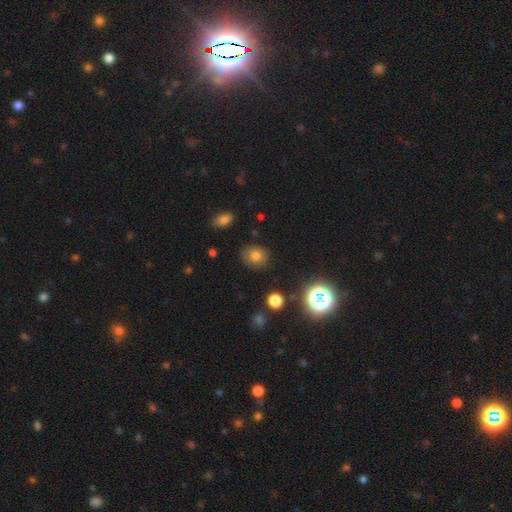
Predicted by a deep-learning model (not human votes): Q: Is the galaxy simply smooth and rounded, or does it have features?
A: smooth — 76%.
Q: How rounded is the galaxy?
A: round — 66%.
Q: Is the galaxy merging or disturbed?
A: none — 84%.